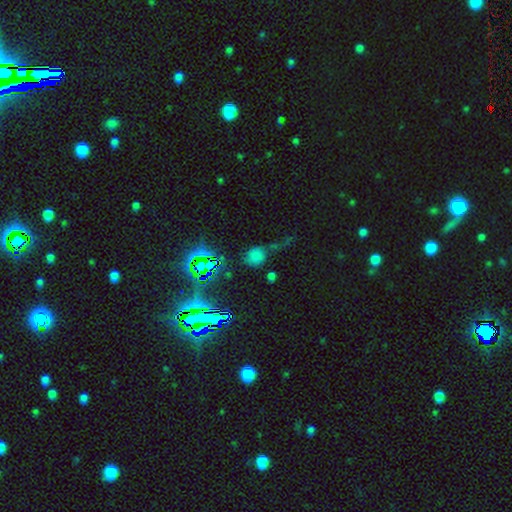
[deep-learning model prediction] Smooth or featured? smooth (52%)
How rounded? round (70%)
Merging? none (44%)